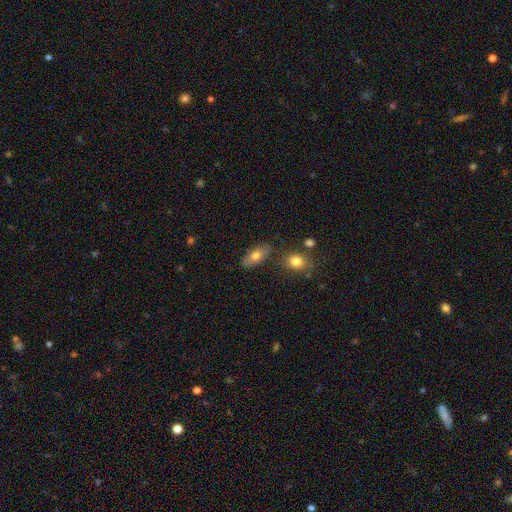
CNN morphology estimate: smooth-or-featured: smooth: 69% | featured or disk: 24% | star or artifact: 7%
  how-rounded: in between: 85% | cigar-shaped: 10% | round: 5%
  merging: none: 78% | minor disturbance: 13% | merger: 5% | major disturbance: 3%